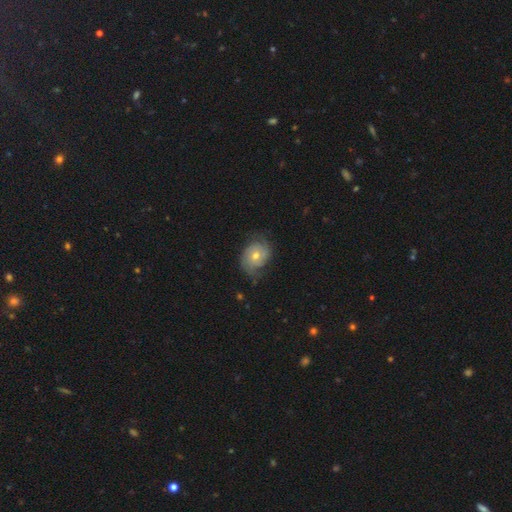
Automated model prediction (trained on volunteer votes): Smooth or featured? Predicted: featured or disk (p=0.55). Edge-on disk? Predicted: no (p=0.96). Bar? Predicted: no (p=0.82). Spiral arms? Predicted: yes (p=0.80). Bulge size? Predicted: moderate (p=0.56). Merging? Predicted: none (p=0.60).